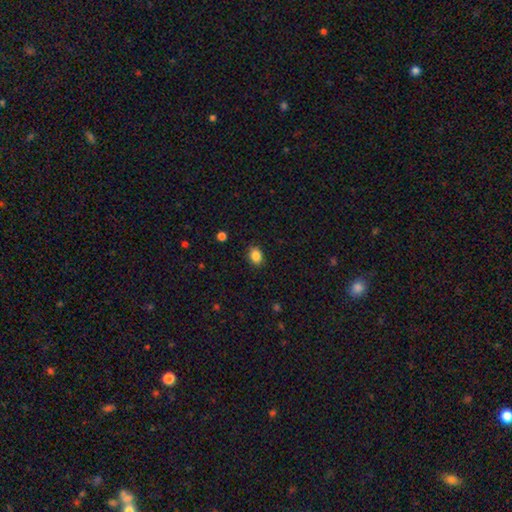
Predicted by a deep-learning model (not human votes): smooth 87%, star or artifact 10%, featured or disk 4%. Down the decision tree: how rounded — in between (67%); merging — none (88%).